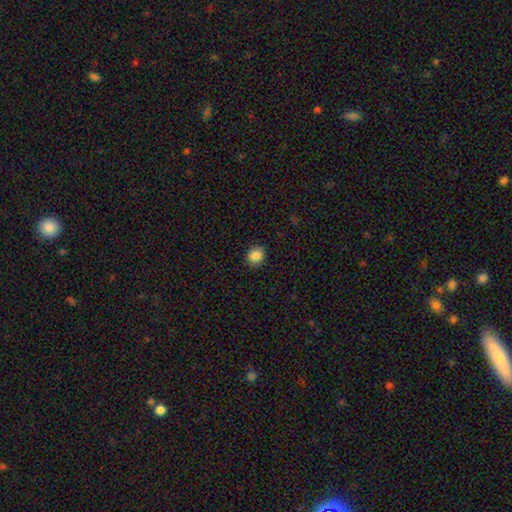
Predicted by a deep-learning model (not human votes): Smooth or featured? Predicted: smooth (p=0.87). How rounded? Predicted: round (p=0.69). Merging? Predicted: none (p=0.90).